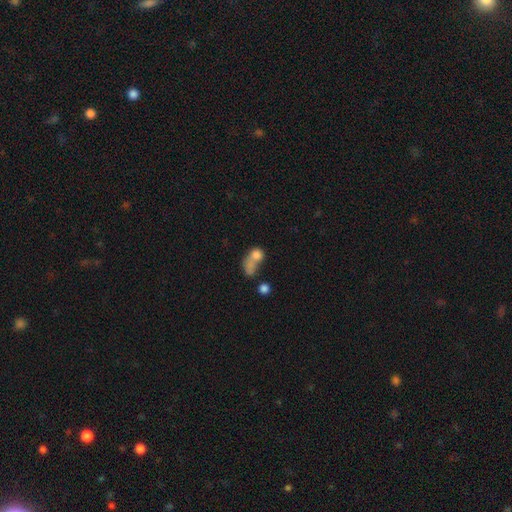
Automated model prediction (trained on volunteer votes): This appears to be a smooth galaxy with no disk features (55%) that is in between round and cigar-shaped (55%). Merging: merger (45%).